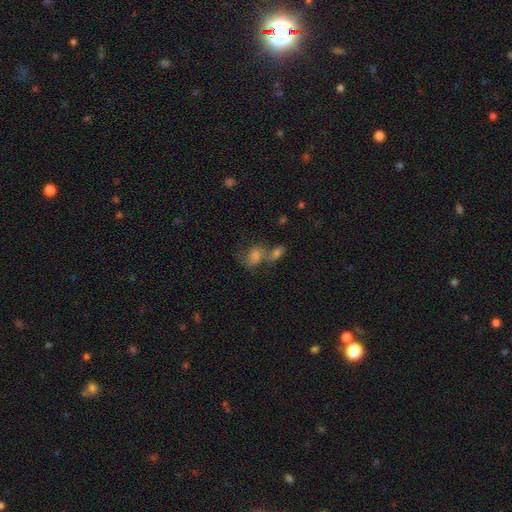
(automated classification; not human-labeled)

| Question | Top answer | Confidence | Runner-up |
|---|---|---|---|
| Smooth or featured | smooth | 43% | featured or disk (34%) |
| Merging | merger | 45% | none (35%) |